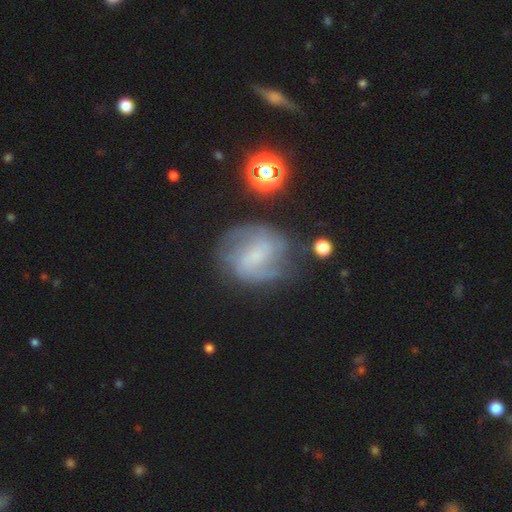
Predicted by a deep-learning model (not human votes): This is likely a featured or disk galaxy (72%). It is clearly not viewed edge-on (97%). Bar: possibly weak (51%). Spiral arm pattern: clearly yes (91%). Spiral arm count: likely 2 (73%). Spiral winding: possibly medium (46%). Central bulge: possibly small (52%). Merging: likely none (67%).